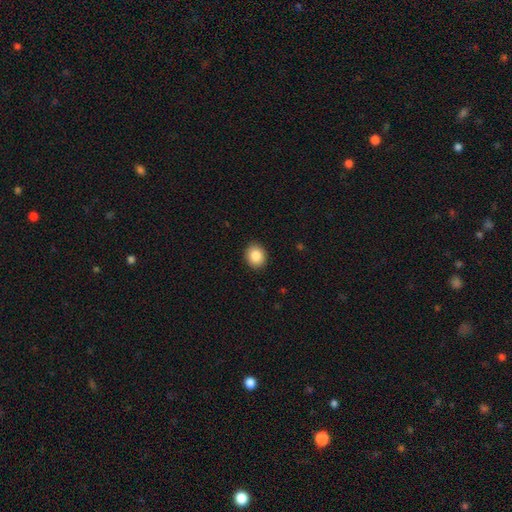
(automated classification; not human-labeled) Smooth or featured? smooth (86%)
How rounded? round (64%)
Merging? none (91%)